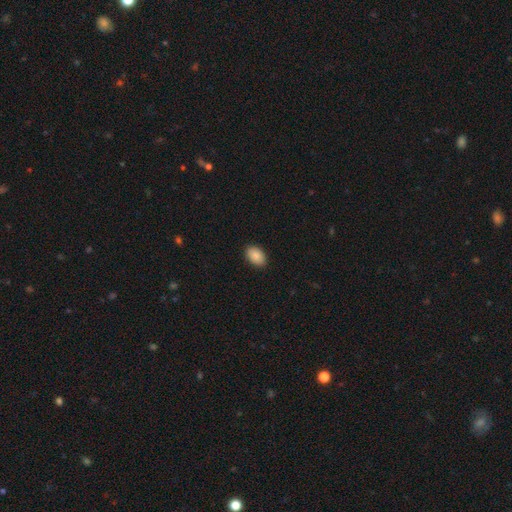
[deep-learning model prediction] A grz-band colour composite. It shows a smooth galaxy with no disk features (87%) that is in between round and cigar-shaped (89%). Merging: none (89%).